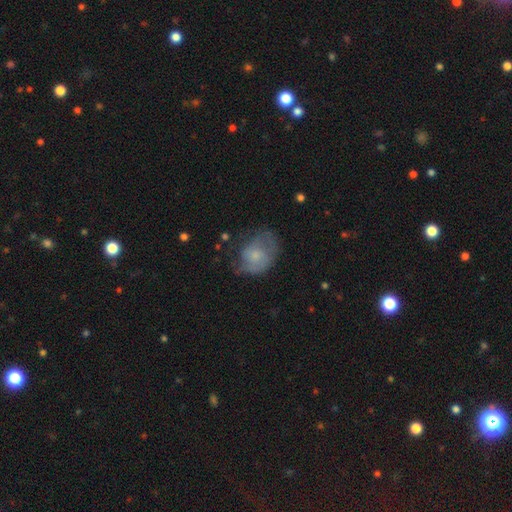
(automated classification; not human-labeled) Smooth or featured?
  - smooth: 55% *
  - featured or disk: 37%
  - star or artifact: 8%
How rounded?
  - in between: 57% *
  - round: 42%
  - cigar-shaped: 1%
Merging?
  - none: 40% *
  - minor disturbance: 33%
  - major disturbance: 25%
  - merger: 2%